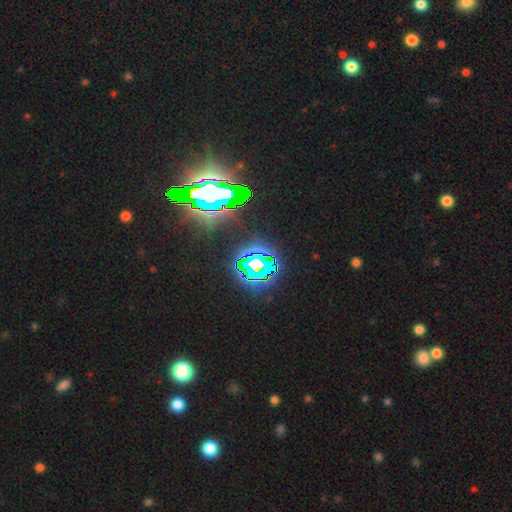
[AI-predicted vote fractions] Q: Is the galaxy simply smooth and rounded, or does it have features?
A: star or artifact — 75%.